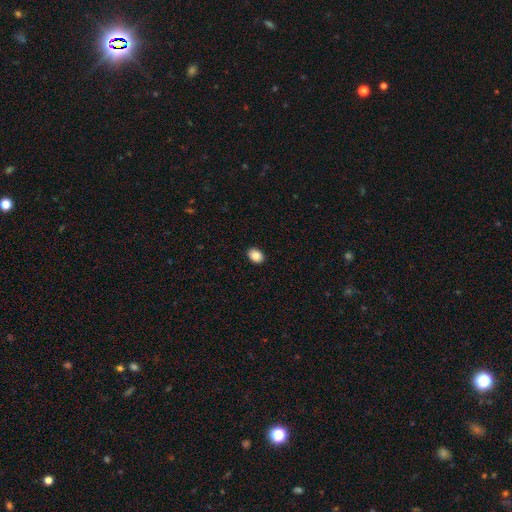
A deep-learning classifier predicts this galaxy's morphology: Smooth or featured? smooth (88%)
How rounded? in between (71%)
Merging? none (90%)